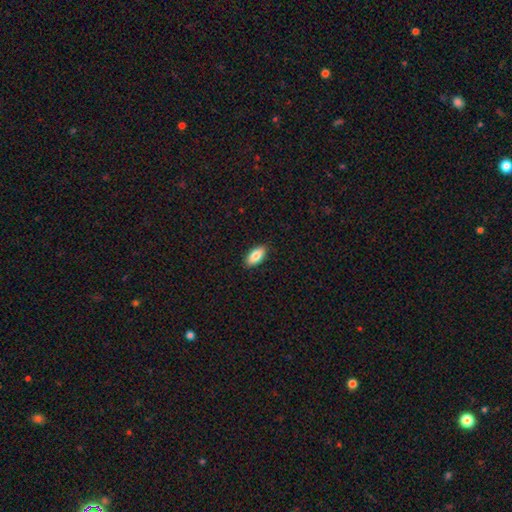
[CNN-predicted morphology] smooth 84%, featured or disk 9%, star or artifact 6%. Down the decision tree: how rounded — in between (88%); merging — none (90%).